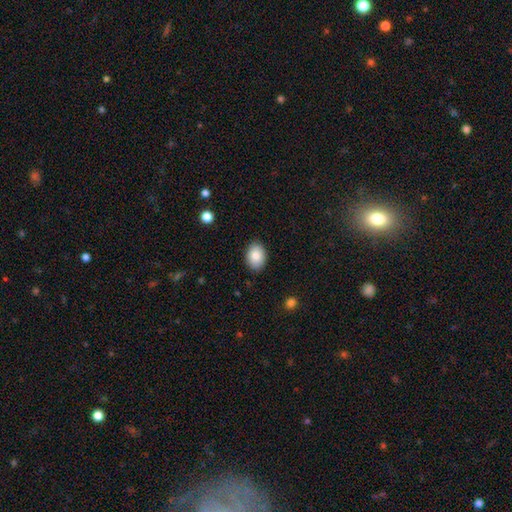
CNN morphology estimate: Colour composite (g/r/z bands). It shows a smooth galaxy with no disk features (85%) that is in between round and cigar-shaped (76%). Merging: none (87%).